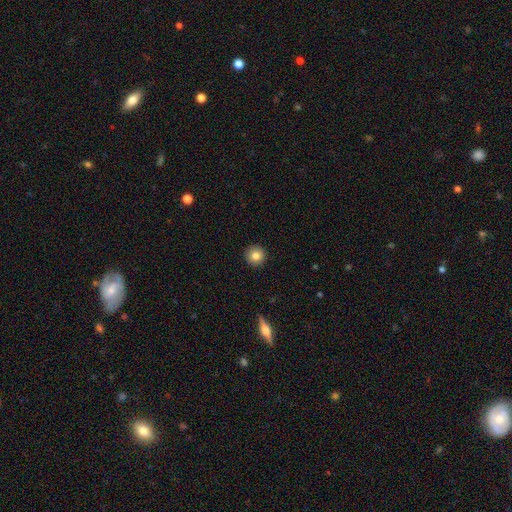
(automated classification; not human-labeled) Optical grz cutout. It shows a smooth galaxy with no disk features (83%) that is round (95%). Merging: none (93%).